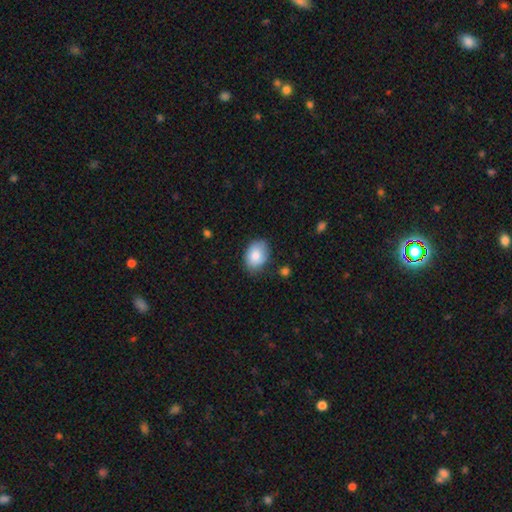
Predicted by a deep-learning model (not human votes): The model was most divided on "merging": none: 73%, minor disturbance: 22%, major disturbance: 4%, merger: 2%. More confident: smooth or featured — smooth (83%); how rounded — in between (75%).